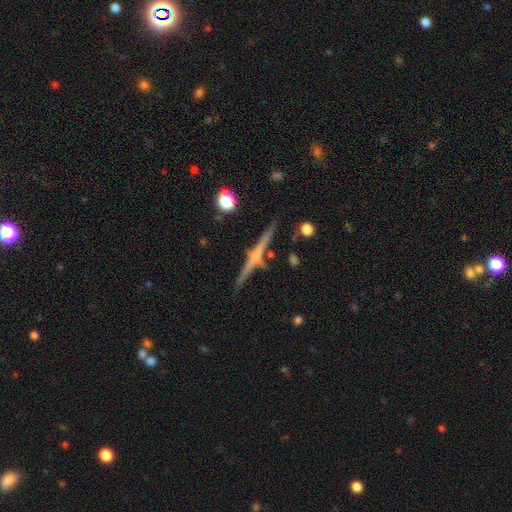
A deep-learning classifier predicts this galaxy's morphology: featured or disk 79%, smooth 14%, star or artifact 7%. Down the decision tree: edge-on disk — yes (98%); edge-on bulge — rounded (79%); merging — none (85%).